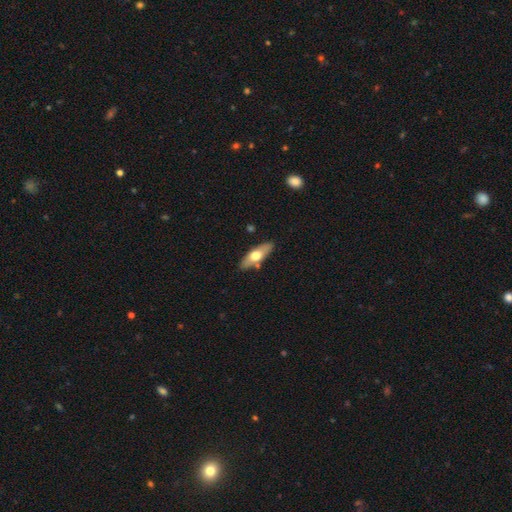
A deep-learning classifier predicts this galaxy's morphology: The model was most divided on "smooth or featured": smooth: 56%, featured or disk: 39%, star or artifact: 6%. More confident: merging — none (83%); how rounded — in between (61%).